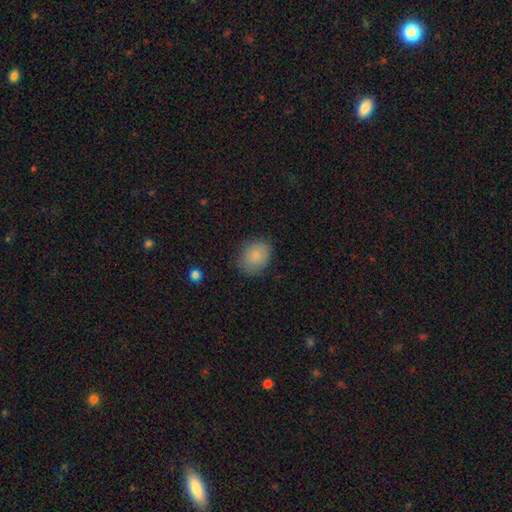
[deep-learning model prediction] smooth 82%, featured or disk 10%, star or artifact 8%. Down the decision tree: how rounded — round (56%); merging — none (75%).